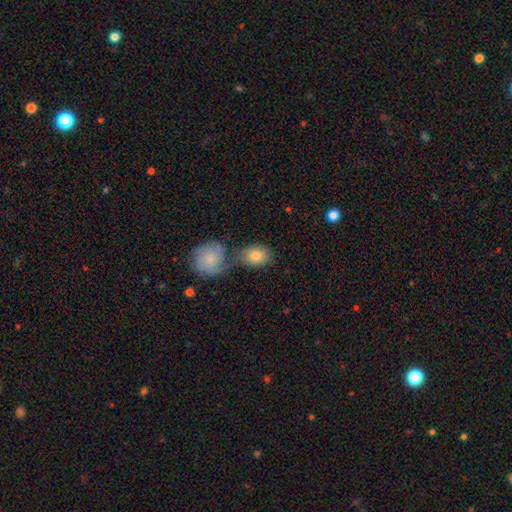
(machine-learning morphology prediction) smooth-or-featured: smooth: 79% | featured or disk: 15% | star or artifact: 6%
  how-rounded: in between: 66% | round: 32% | cigar-shaped: 1%
  merging: none: 45% | merger: 35% | minor disturbance: 14% | major disturbance: 6%